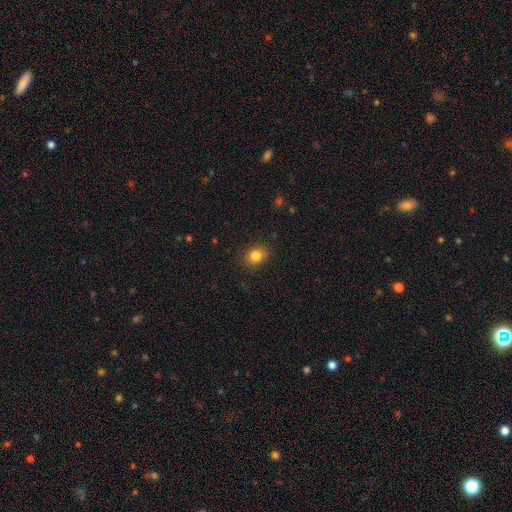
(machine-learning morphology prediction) Smooth or featured? Predicted: smooth (p=0.83). How rounded? Predicted: round (p=0.62). Merging? Predicted: none (p=0.86).